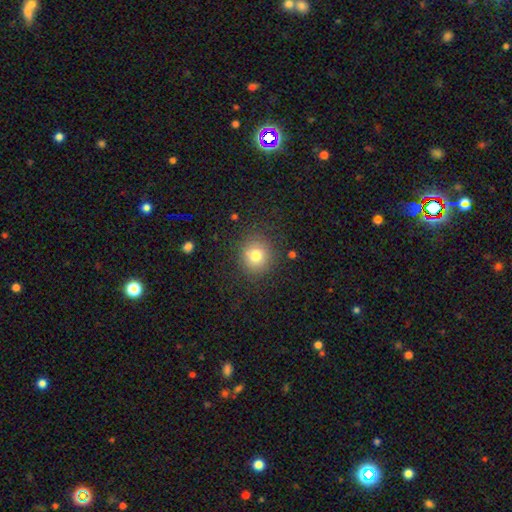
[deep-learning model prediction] smooth-or-featured: smooth: 77% | star or artifact: 13% | featured or disk: 9%
  how-rounded: round: 87% | in between: 12% | cigar-shaped: 1%
  merging: none: 85% | minor disturbance: 9% | major disturbance: 4% | merger: 2%